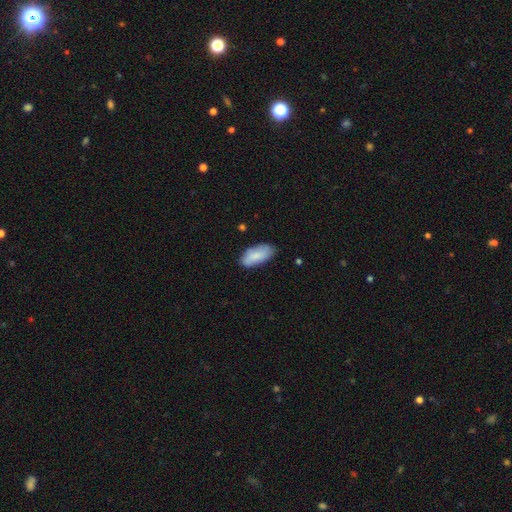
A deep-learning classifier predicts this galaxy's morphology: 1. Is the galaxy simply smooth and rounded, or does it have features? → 80% smooth, 14% featured or disk, 6% star or artifact.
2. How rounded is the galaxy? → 91% in between, 8% cigar-shaped, 2% round.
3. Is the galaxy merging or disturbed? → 72% none, 22% minor disturbance, 4% major disturbance, 2% merger.